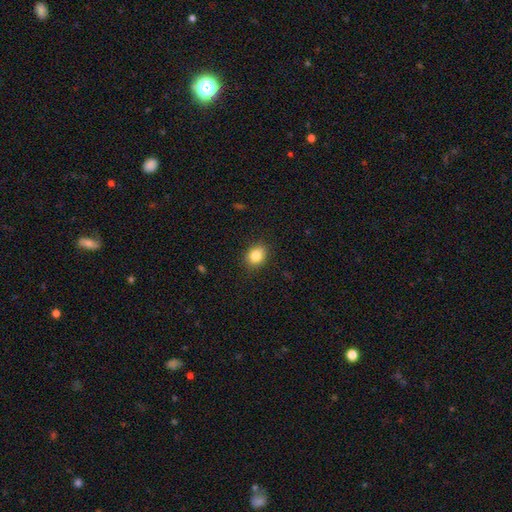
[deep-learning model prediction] Smooth or featured: smooth — 83% (star or artifact — 10%)
How rounded: round — 52% (in between — 47%)
Merging: none — 87% (minor disturbance — 10%)